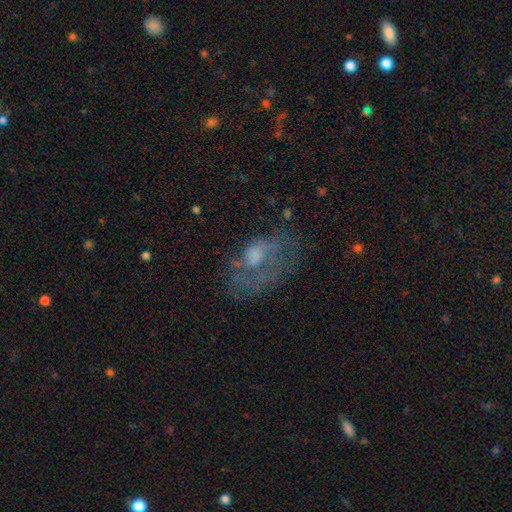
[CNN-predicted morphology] This is possibly a featured or disk galaxy (54%). It is clearly not viewed edge-on (95%). Bar: clearly no (82%). Spiral arm pattern: likely no (66%). Central bulge: possibly moderate (46%). Merging: marginally none (41%).